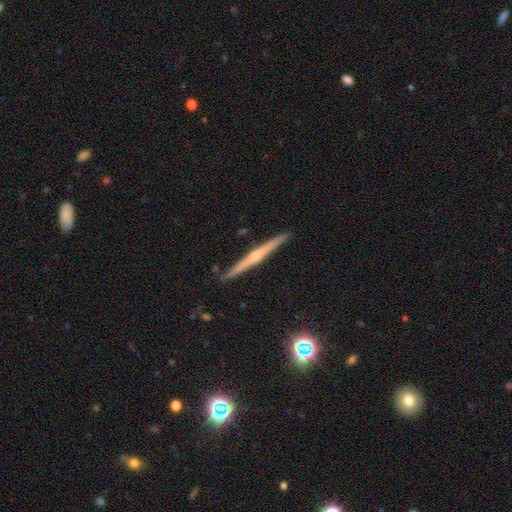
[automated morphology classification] Smooth or featured: featured or disk — 72% (smooth — 21%)
Edge-on disk: yes — 98% (no — 2%)
Edge-on bulge: rounded — 65% (none — 28%)
Merging: none — 91% (minor disturbance — 6%)